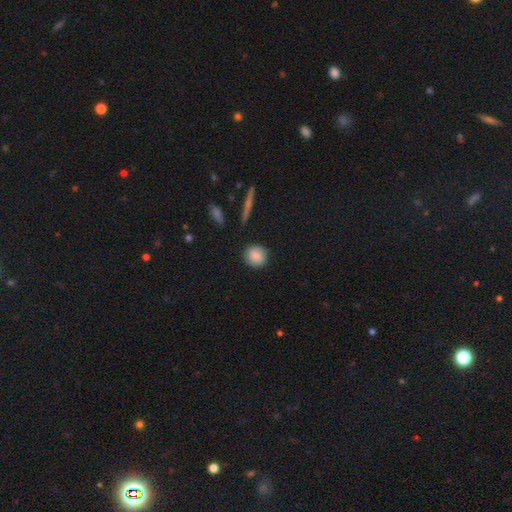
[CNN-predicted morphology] Overall: smooth (85%). How rounded: round (84%). Merging: none (86%).